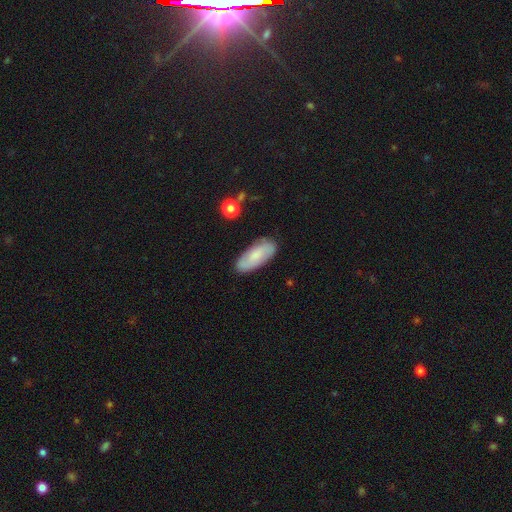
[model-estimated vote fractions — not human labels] A smooth galaxy with no disk features (67%) that is in between round and cigar-shaped (84%).

Vote fractions:
- Smooth or featured? smooth: 67% / featured or disk: 26% / star or artifact: 7%
- How rounded? in between: 84% / cigar-shaped: 14% / round: 2%
- Merging? none: 83% / minor disturbance: 13% / major disturbance: 3% / merger: 2%